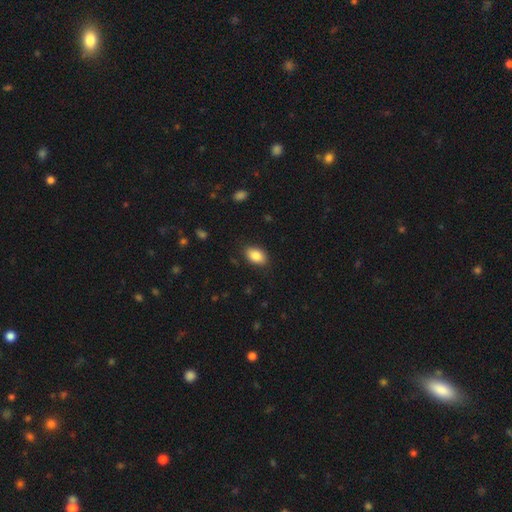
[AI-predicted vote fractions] Morphology: type=smooth (87%); roundness=in between (89%); merging=none (84%).